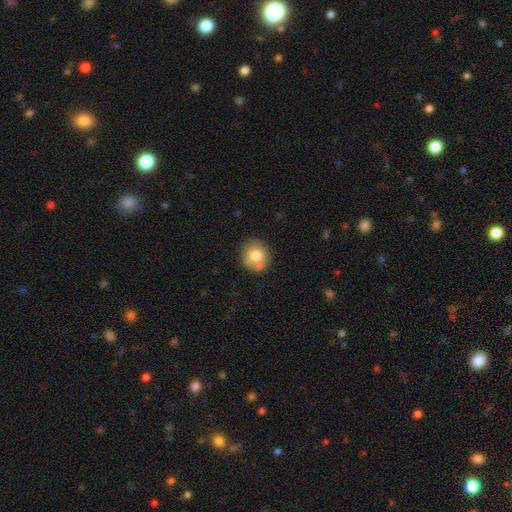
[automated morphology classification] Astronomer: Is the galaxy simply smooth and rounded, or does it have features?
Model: smooth — 73%.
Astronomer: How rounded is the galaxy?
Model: round — 78%.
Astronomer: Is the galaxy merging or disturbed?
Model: none — 63%.